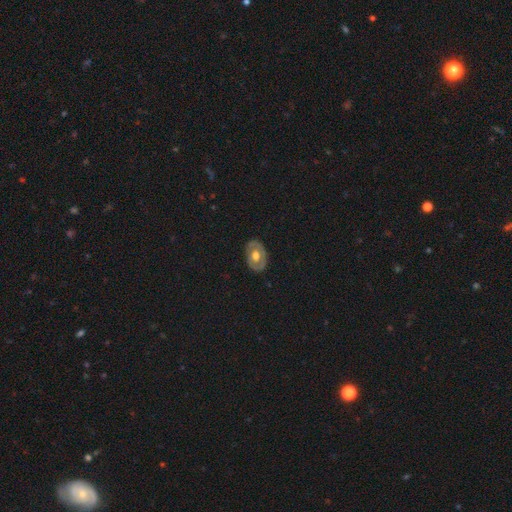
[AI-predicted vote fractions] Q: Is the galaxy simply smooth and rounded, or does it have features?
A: featured or disk — 56%.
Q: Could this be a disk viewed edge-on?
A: no — 91%.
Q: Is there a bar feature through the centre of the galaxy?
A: no — 82%.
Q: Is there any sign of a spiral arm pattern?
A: no — 78%.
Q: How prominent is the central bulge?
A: moderate — 61%.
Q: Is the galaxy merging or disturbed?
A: none — 81%.